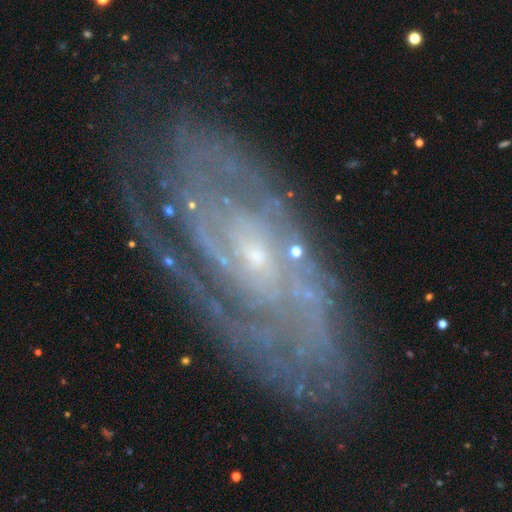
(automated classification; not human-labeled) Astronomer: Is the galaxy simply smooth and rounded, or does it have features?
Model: featured or disk — 83%.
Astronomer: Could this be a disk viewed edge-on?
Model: no — 93%.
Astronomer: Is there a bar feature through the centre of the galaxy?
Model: no — 52% (runner-up: weak, 36%).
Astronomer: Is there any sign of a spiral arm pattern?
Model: yes — 94%.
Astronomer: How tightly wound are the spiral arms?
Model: tight — 66%.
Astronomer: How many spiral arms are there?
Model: can't tell — 36% (runner-up: 2, 31%).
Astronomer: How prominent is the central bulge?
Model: small — 80%.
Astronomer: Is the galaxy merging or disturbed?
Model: none — 76%.